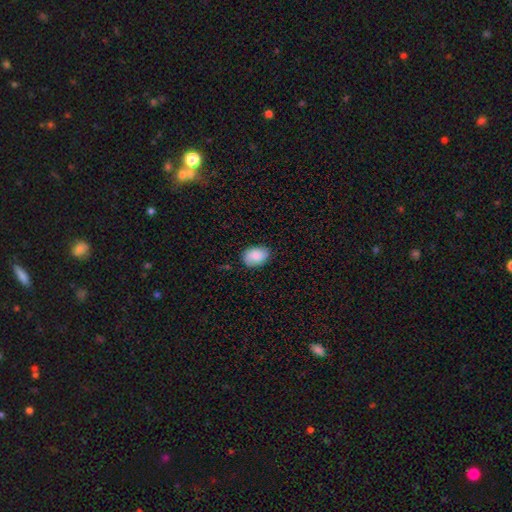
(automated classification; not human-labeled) smooth-or-featured: smooth: 88% | star or artifact: 7% | featured or disk: 5%
  how-rounded: in between: 79% | round: 20% | cigar-shaped: 1%
  merging: none: 82% | minor disturbance: 15% | major disturbance: 3% | merger: 1%